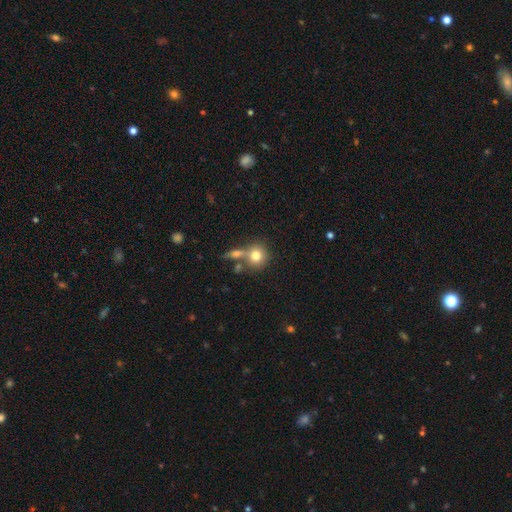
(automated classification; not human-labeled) smooth 77%, featured or disk 14%, star or artifact 10%. Down the decision tree: how rounded — round (86%); merging — none (55%).